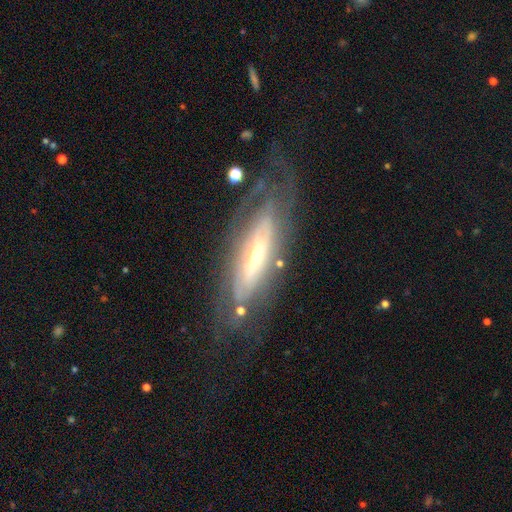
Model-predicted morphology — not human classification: Smooth or featured? featured or disk (79%)
Edge-on disk? no (70%)
Bar? no (50%)
Spiral arms? yes (83%)
Bulge size? small (50%)
Merging? none (64%)